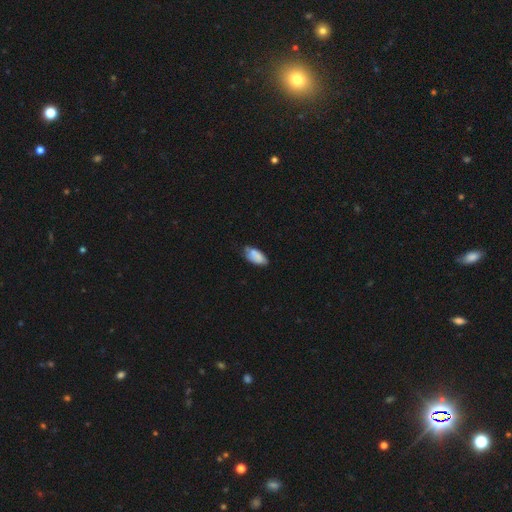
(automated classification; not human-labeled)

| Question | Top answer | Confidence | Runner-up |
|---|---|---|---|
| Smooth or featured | smooth | 80% | featured or disk (13%) |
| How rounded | in between | 92% | cigar-shaped (6%) |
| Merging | none | 61% | minor disturbance (31%) |